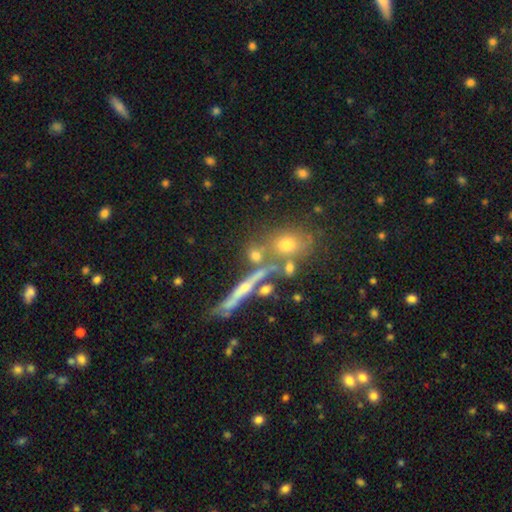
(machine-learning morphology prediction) A smooth galaxy with no disk features (57%) that is round (58%).

Vote fractions:
- Smooth or featured? smooth: 57% / featured or disk: 26% / star or artifact: 18%
- How rounded? round: 58% / in between: 23% / cigar-shaped: 19%
- Merging? none: 57% / merger: 25% / minor disturbance: 12% / major disturbance: 6%